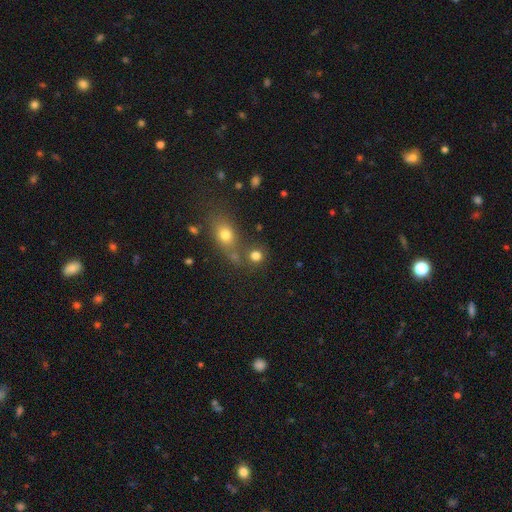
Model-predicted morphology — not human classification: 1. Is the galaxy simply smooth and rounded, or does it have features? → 78% smooth, 15% star or artifact, 7% featured or disk.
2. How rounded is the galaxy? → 84% round, 15% in between, 1% cigar-shaped.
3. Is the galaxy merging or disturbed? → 62% none, 24% merger, 9% minor disturbance, 5% major disturbance.